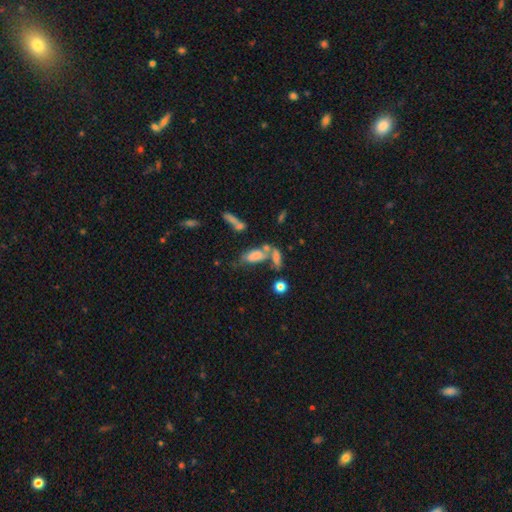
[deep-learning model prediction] Overall: smooth (67%). How rounded: in between (79%). Merging: merger (41%; none 32%).